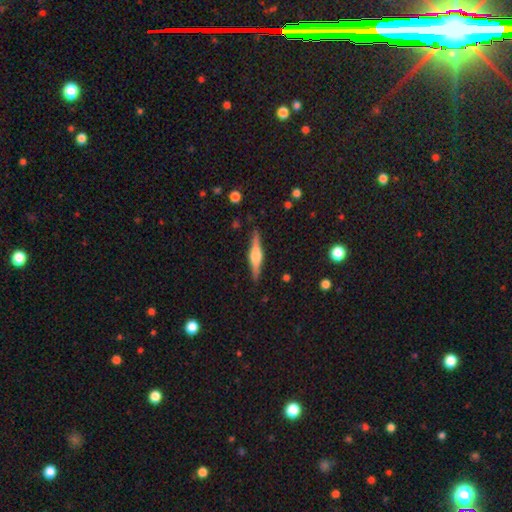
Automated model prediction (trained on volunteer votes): Morphology: type=featured or disk (70%); edge-on=yes (97%); edge-on bulge=rounded (86%); merging=none (89%).